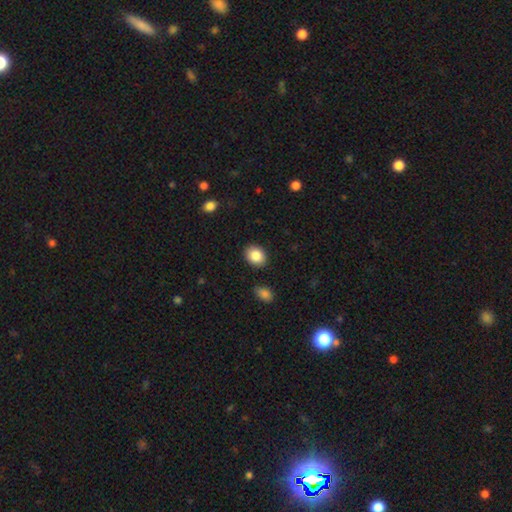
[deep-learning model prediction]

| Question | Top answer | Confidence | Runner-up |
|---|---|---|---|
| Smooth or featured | smooth | 86% | star or artifact (8%) |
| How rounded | in between | 63% | round (36%) |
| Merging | none | 87% | minor disturbance (9%) |